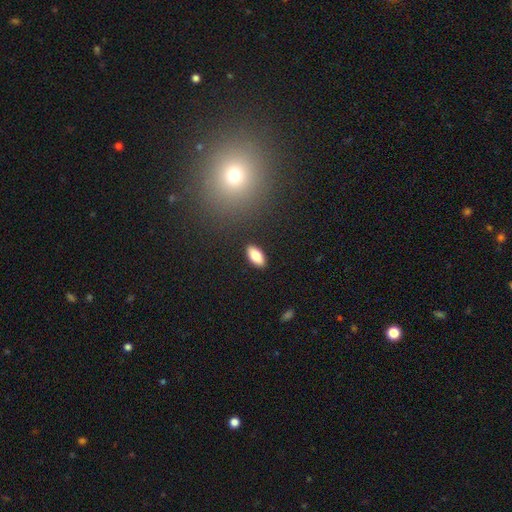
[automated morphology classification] Smooth or featured: smooth — 82% (featured or disk — 11%)
How rounded: in between — 88% (cigar-shaped — 9%)
Merging: none — 89% (minor disturbance — 8%)